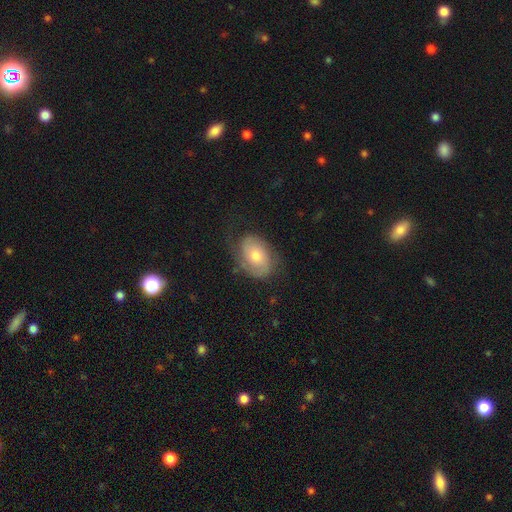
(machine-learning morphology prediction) This appears to be a featured or disk galaxy (59%) with no bar (73%), spiral arms (85%) and a moderate central bulge (64%). Merging: none (65%).